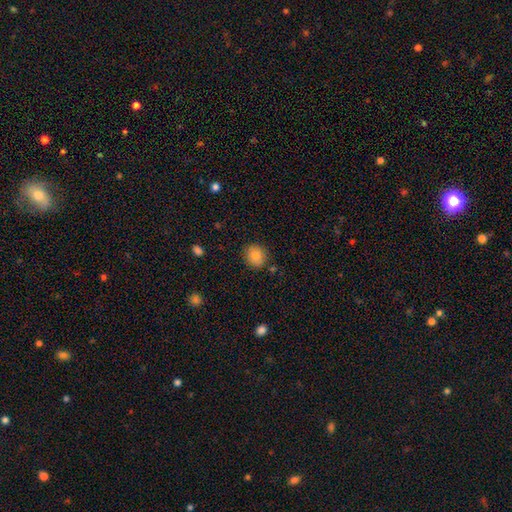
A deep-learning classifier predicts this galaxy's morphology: type=smooth (83%); roundness=round (81%); merging=none (86%).